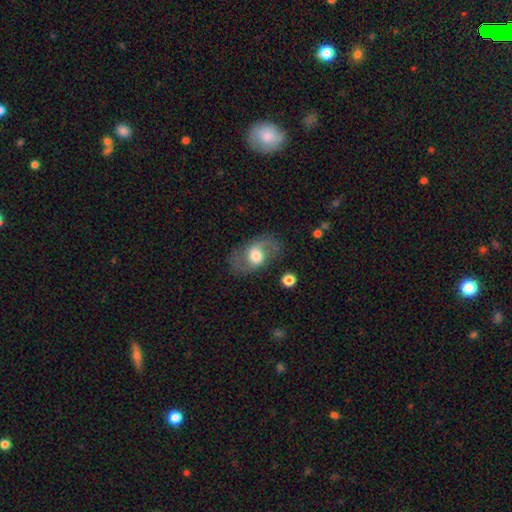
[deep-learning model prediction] Smooth or featured? featured or disk (60%)
Edge-on disk? no (95%)
Bar? no (54%)
Spiral arms? yes (77%)
Bulge size? moderate (57%)
Merging? none (71%)